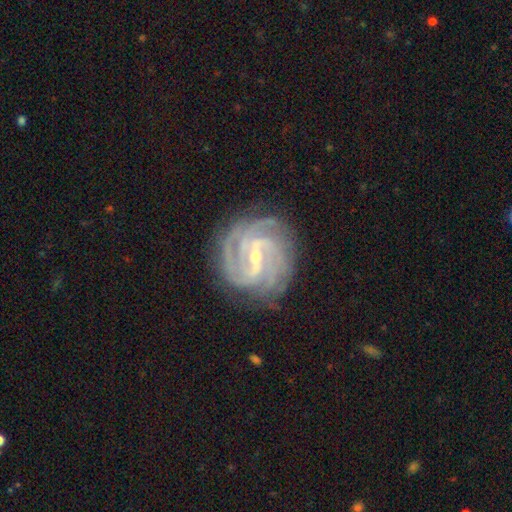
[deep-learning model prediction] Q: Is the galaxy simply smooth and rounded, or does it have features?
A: featured or disk — 91%.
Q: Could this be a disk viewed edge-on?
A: no — 97%.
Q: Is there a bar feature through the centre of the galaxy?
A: strong — 48%.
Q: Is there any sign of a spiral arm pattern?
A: yes — 98%.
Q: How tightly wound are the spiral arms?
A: tight — 67%.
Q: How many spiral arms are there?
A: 4 — 29%.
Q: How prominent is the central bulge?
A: small — 63%.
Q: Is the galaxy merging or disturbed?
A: none — 79%.